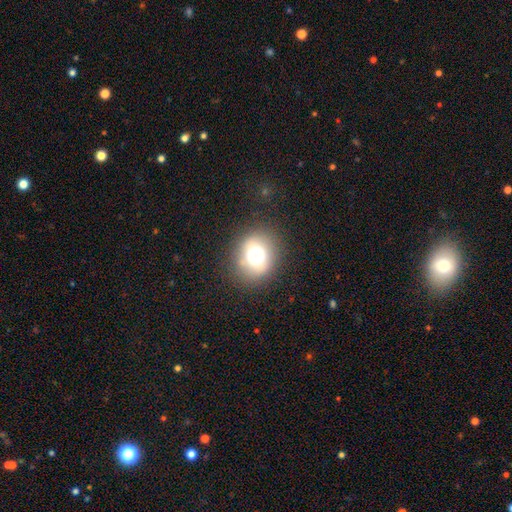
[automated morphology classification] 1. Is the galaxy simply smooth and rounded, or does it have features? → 69% smooth, 16% star or artifact, 15% featured or disk.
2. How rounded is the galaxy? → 71% round, 28% in between, 1% cigar-shaped.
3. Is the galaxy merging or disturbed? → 81% none, 12% minor disturbance, 6% major disturbance, 2% merger.